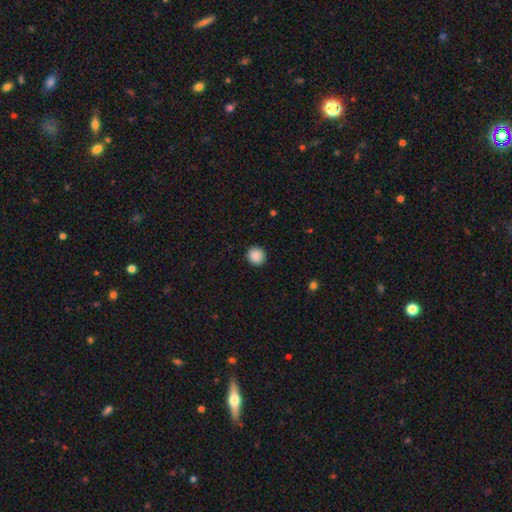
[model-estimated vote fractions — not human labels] This appears to be a smooth galaxy with no disk features (89%) that is round (91%). Merging: none (92%).